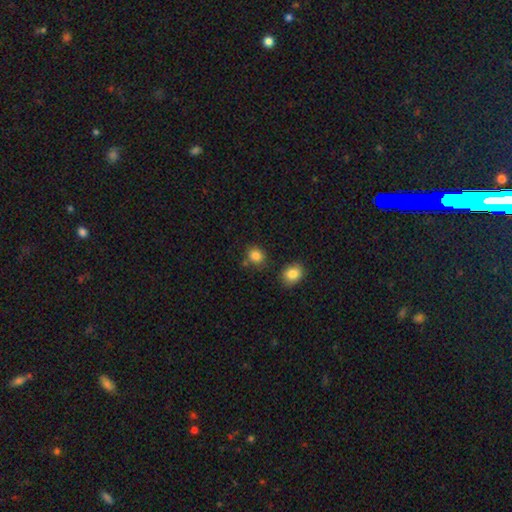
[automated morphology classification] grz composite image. It shows a smooth galaxy with no disk features (84%) that is round (69%). Merging: none (76%).